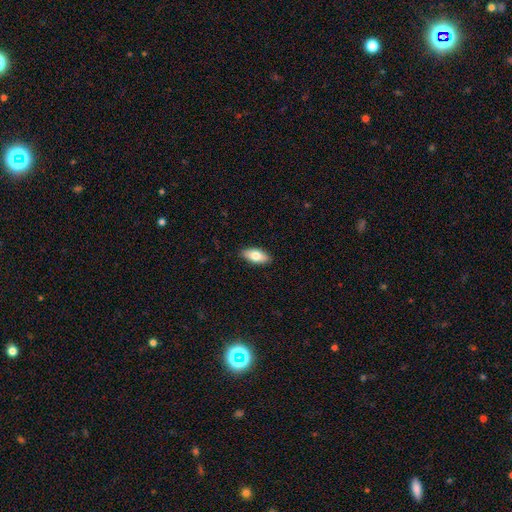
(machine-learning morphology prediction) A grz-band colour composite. It shows a smooth galaxy with no disk features (76%) that is in between round and cigar-shaped (86%). Merging: none (89%).